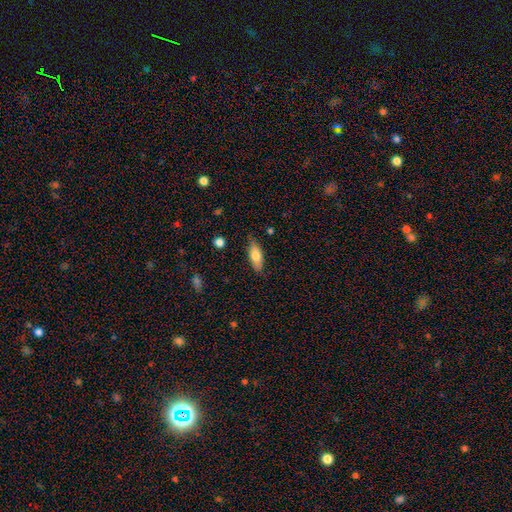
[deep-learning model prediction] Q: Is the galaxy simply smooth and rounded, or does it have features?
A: smooth — 74%.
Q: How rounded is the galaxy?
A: in between — 73%.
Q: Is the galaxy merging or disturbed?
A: none — 78%.